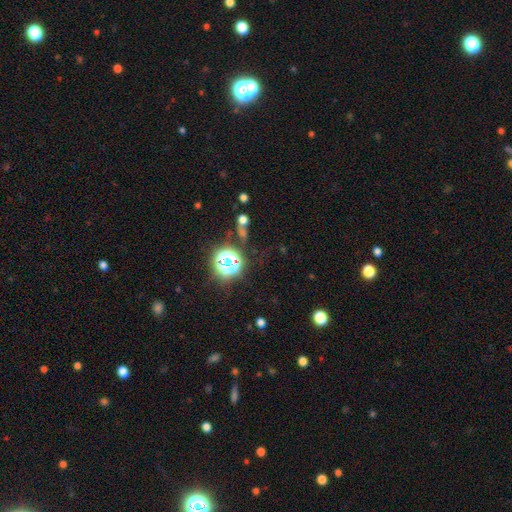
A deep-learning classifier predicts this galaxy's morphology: Overall: star or artifact (79%).